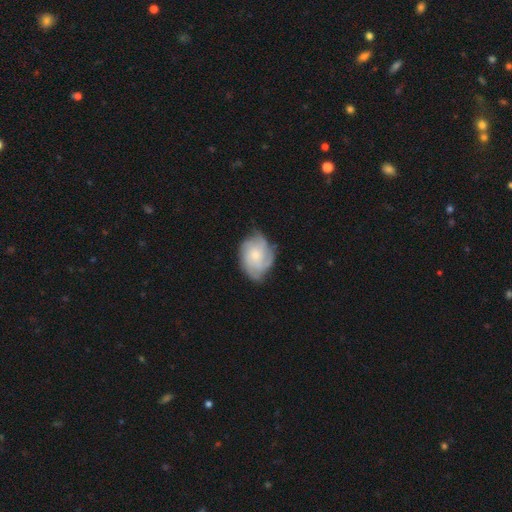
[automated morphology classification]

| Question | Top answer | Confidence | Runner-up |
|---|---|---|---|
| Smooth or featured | featured or disk | 67% | smooth (26%) |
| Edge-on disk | no | 98% | yes (2%) |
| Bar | no | 78% | weak (20%) |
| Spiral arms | yes | 91% | no (9%) |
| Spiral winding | tight | 49% | medium (38%) |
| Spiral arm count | can't tell | 29% | 3 (25%) |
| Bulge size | small | 55% | moderate (38%) |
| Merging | none | 65% | minor disturbance (25%) |